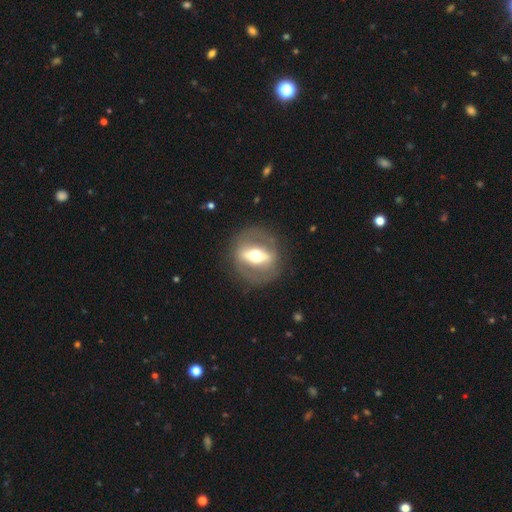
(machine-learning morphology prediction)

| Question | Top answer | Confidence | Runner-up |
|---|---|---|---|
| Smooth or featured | featured or disk | 73% | smooth (20%) |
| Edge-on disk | no | 65% | yes (35%) |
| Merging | none | 82% | minor disturbance (10%) |